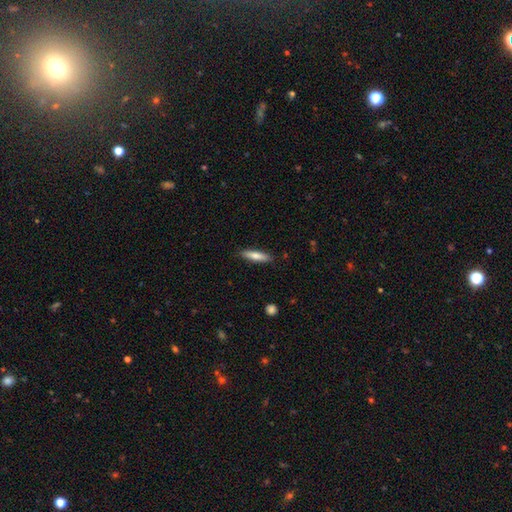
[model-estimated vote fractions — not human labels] Morphology: type=smooth (74%); roundness=cigar-shaped (76%); merging=none (88%).